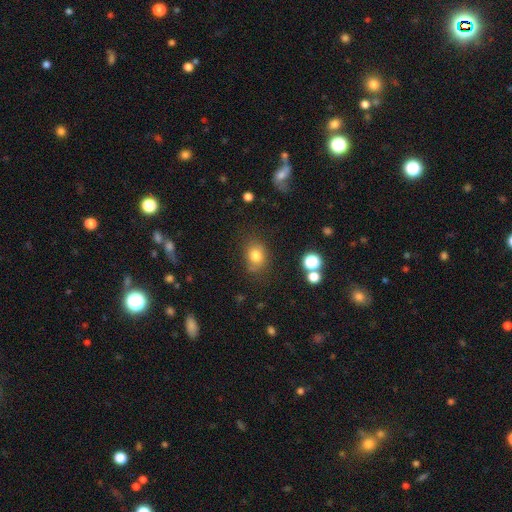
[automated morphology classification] A smooth galaxy with no disk features (78%) that is round (51%).

Vote fractions:
- Smooth or featured? smooth: 78% / star or artifact: 13% / featured or disk: 9%
- How rounded? round: 51% / in between: 48% / cigar-shaped: 1%
- Merging? none: 74% / minor disturbance: 16% / major disturbance: 6% / merger: 4%